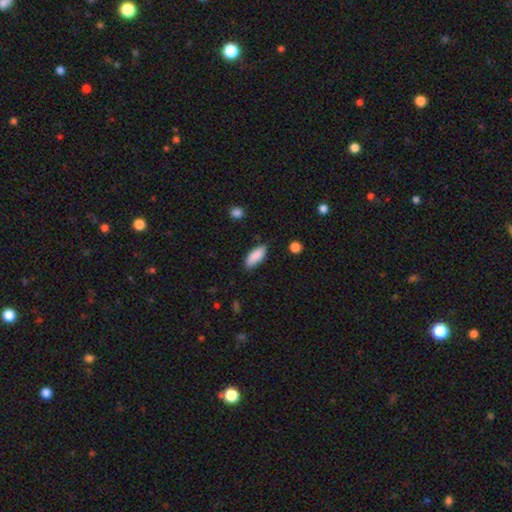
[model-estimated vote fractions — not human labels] A smooth galaxy with no disk features (88%) that is in between round and cigar-shaped (79%). Merging: none (79%).